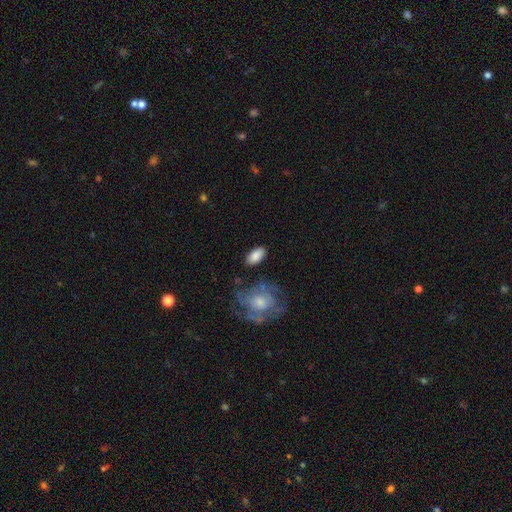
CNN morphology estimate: smooth 85%, featured or disk 8%, star or artifact 6%. Down the decision tree: how rounded — in between (92%); merging — none (80%).